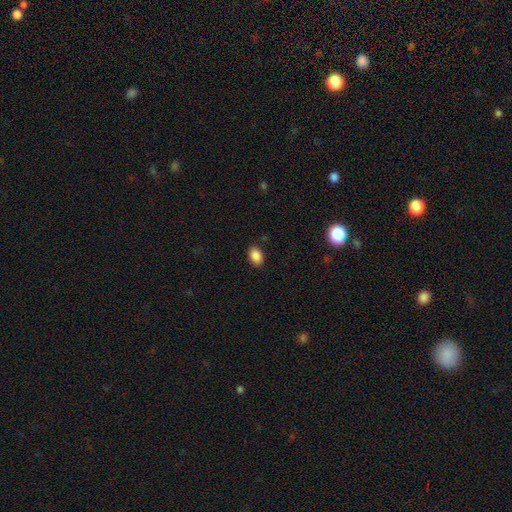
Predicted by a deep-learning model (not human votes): smooth_or_featured: smooth (p=0.88) [alt: star or artifact p=0.09]
how_rounded: in between (p=0.82) [alt: round p=0.17]
merging: none (p=0.87) [alt: minor disturbance p=0.09]